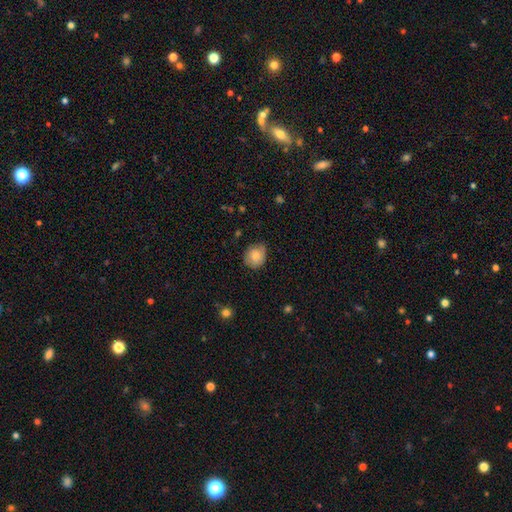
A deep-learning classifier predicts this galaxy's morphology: type=smooth (73%); roundness=round (69%); merging=none (68%).